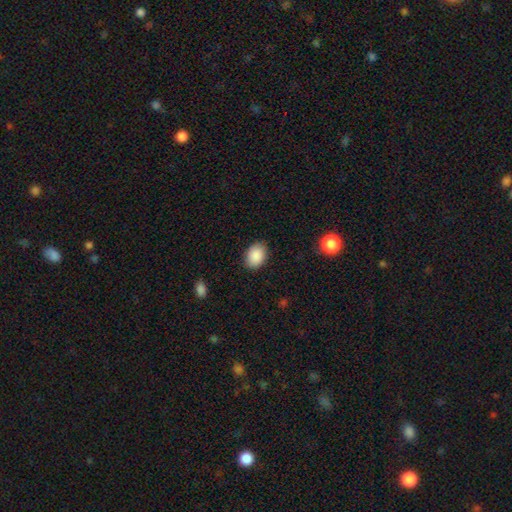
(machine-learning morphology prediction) This appears to be a smooth galaxy with no disk features (90%) that is in between round and cigar-shaped (78%). Merging: none (87%).